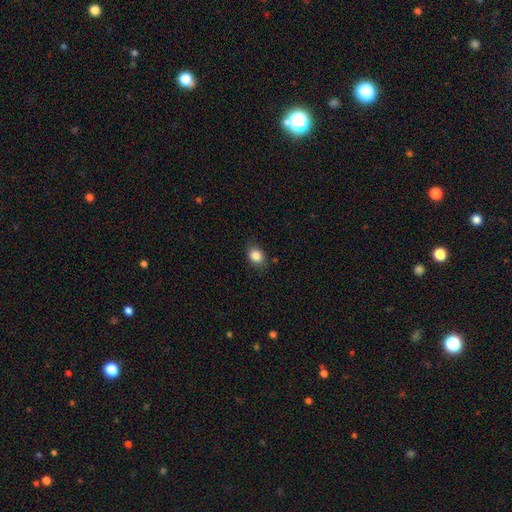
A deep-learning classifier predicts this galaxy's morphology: Smooth or featured?
  - smooth: 85% *
  - star or artifact: 9%
  - featured or disk: 5%
How rounded?
  - in between: 57% *
  - round: 41%
  - cigar-shaped: 1%
Merging?
  - none: 81% *
  - minor disturbance: 15%
  - major disturbance: 3%
  - merger: 1%